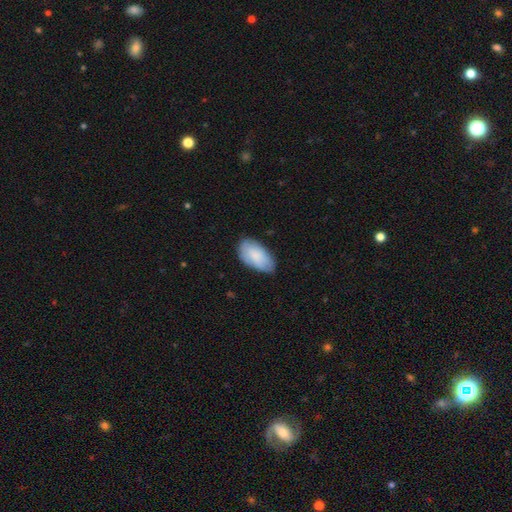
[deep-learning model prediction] A smooth galaxy with no disk features (83%) that is in between round and cigar-shaped (96%). Merging: none (73%).